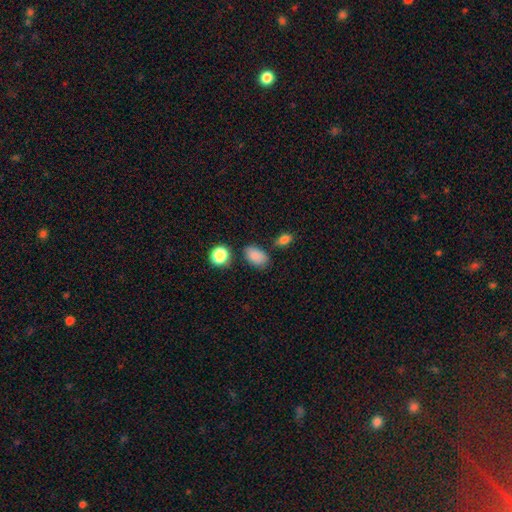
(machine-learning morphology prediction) Smooth or featured? Predicted: smooth (p=0.84). How rounded? Predicted: in between (p=0.86). Merging? Predicted: none (p=0.71).